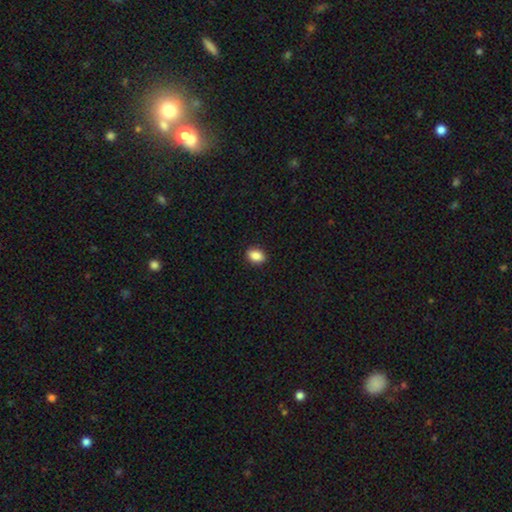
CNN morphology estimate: Smooth or featured? smooth (88%)
How rounded? in between (76%)
Merging? none (90%)